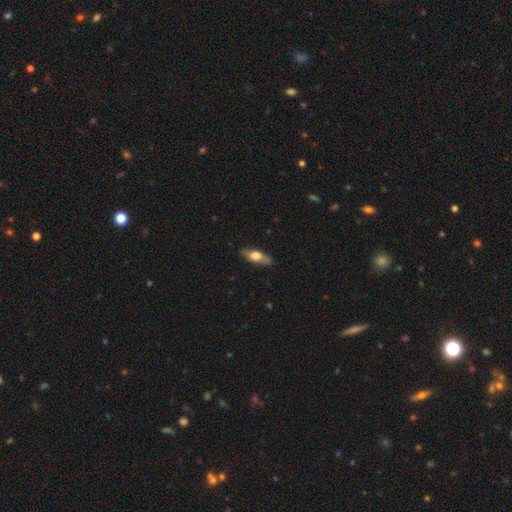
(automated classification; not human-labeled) Morphology: type=smooth (54%); roundness=in between (62%); merging=none (81%).